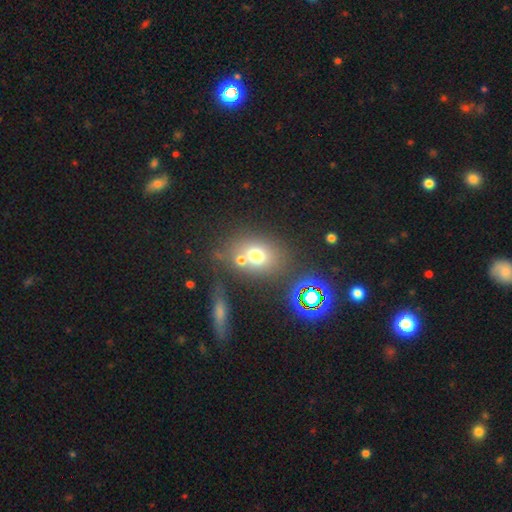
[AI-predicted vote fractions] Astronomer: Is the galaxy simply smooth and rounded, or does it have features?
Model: smooth — 66%.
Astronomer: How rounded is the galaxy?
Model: round — 49%, tied with in between at 49%.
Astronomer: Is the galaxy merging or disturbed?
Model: none — 52% (runner-up: merger, 30%).